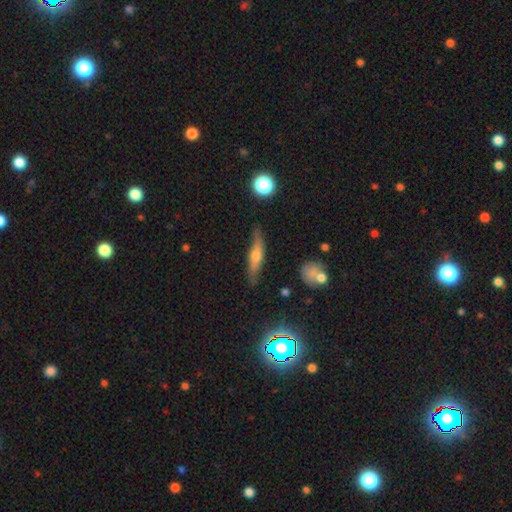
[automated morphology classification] A featured or disk galaxy (53%) viewed edge-on (80%).

Vote fractions:
- Smooth or featured? featured or disk: 53% / smooth: 40% / star or artifact: 8%
- Edge-on disk? yes: 80% / no: 20%
- Merging? none: 70% / minor disturbance: 22% / major disturbance: 5% / merger: 2%